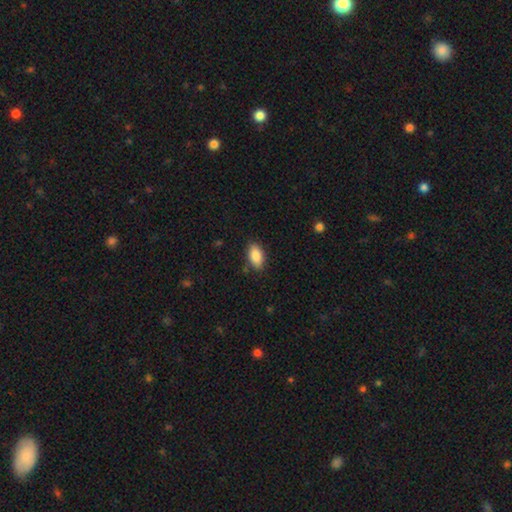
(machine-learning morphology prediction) Overall: smooth (88%). How rounded: in between (92%). Merging: none (84%).